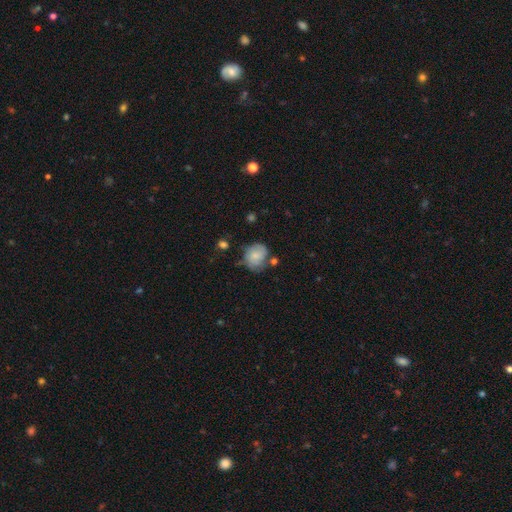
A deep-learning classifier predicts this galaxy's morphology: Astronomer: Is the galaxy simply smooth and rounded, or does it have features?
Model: smooth — 65%.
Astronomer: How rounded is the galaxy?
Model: round — 68%.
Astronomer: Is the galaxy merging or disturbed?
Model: none — 52% (runner-up: minor disturbance, 28%).